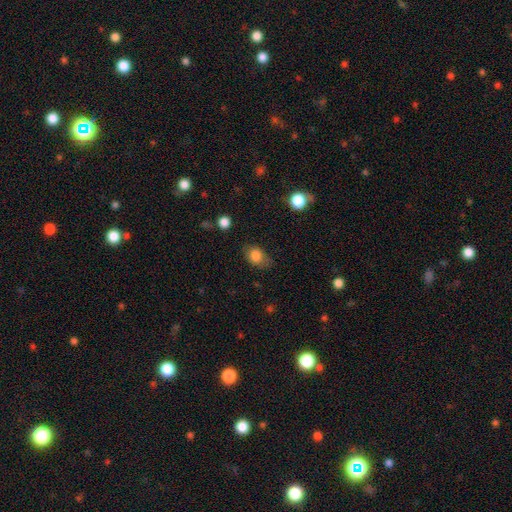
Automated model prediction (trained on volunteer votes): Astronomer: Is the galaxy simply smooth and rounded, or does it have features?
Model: smooth — 82%.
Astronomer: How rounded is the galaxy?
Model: in between — 67%.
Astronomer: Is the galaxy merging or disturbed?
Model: none — 63%.